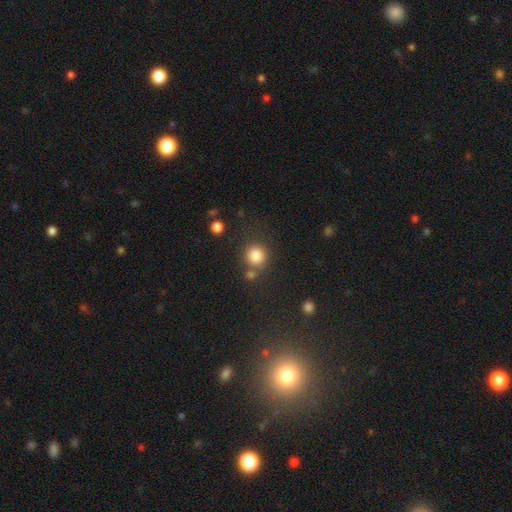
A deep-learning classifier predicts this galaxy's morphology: Smooth or featured: smooth — 83% (star or artifact — 11%)
How rounded: round — 90% (in between — 9%)
Merging: none — 71% (merger — 14%)